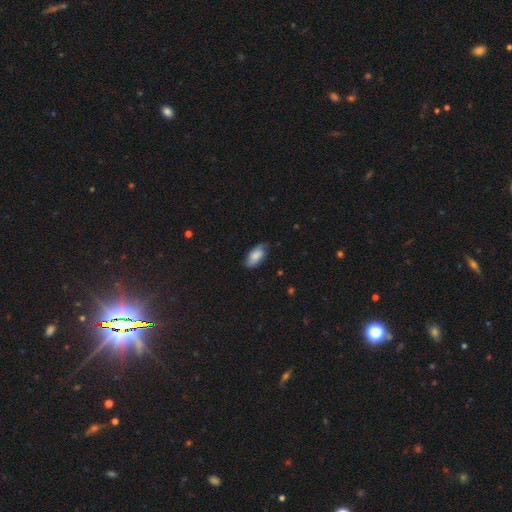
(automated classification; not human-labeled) A smooth galaxy with no disk features (79%) that is in between round and cigar-shaped (91%).

Vote fractions:
- Smooth or featured? smooth: 79% / featured or disk: 15% / star or artifact: 7%
- How rounded? in between: 91% / cigar-shaped: 6% / round: 2%
- Merging? none: 73% / minor disturbance: 22% / major disturbance: 4% / merger: 1%